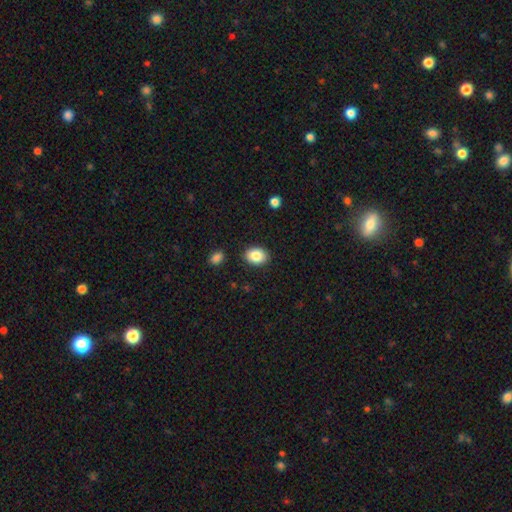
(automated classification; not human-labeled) Morphology: type=smooth (87%); roundness=in between (70%); merging=none (87%).